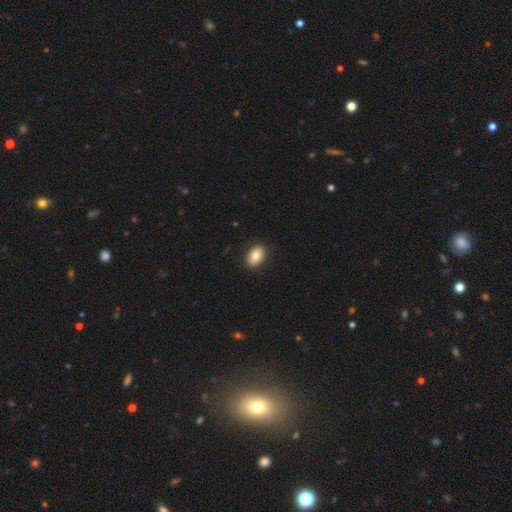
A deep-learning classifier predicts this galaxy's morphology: Smooth or featured? smooth (81%)
How rounded? in between (86%)
Merging? none (89%)